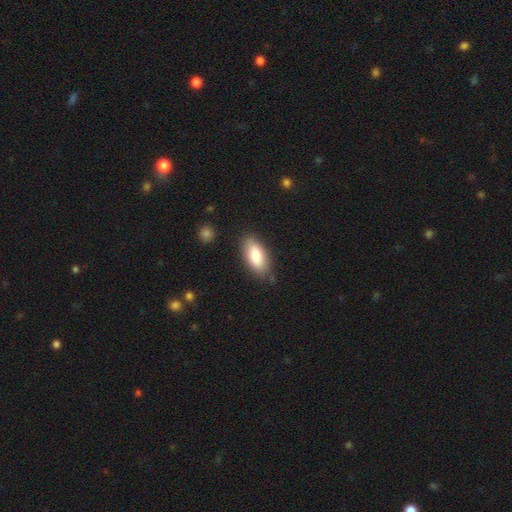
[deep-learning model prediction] smooth-or-featured: smooth: 82% | featured or disk: 12% | star or artifact: 6%
  how-rounded: in between: 86% | cigar-shaped: 12% | round: 2%
  merging: none: 80% | minor disturbance: 15% | major disturbance: 3% | merger: 2%